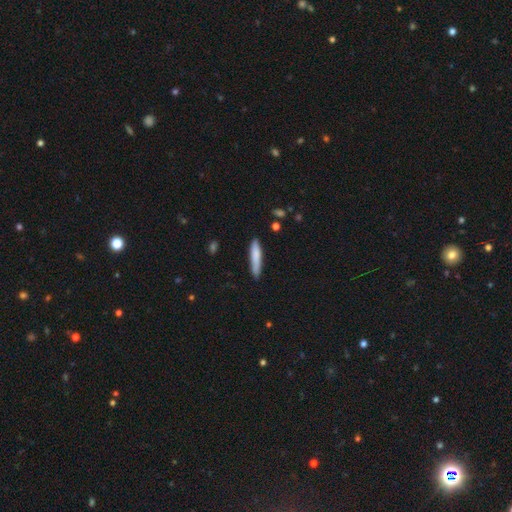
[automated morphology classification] This appears to be a smooth galaxy with no disk features (79%) that is cigar-shaped (89%). Merging: none (79%).